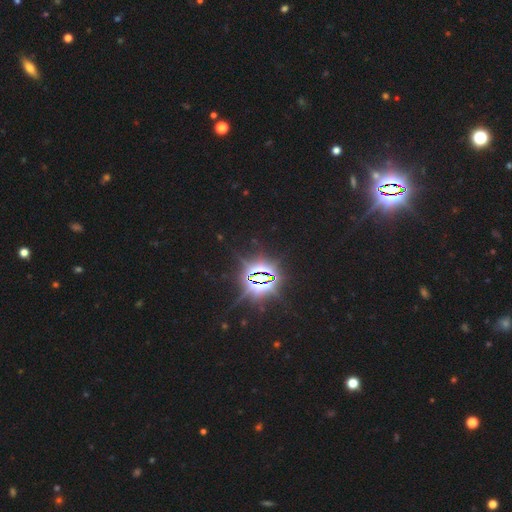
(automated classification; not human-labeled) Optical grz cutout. It shows a star or artifact, not a galaxy (85%).